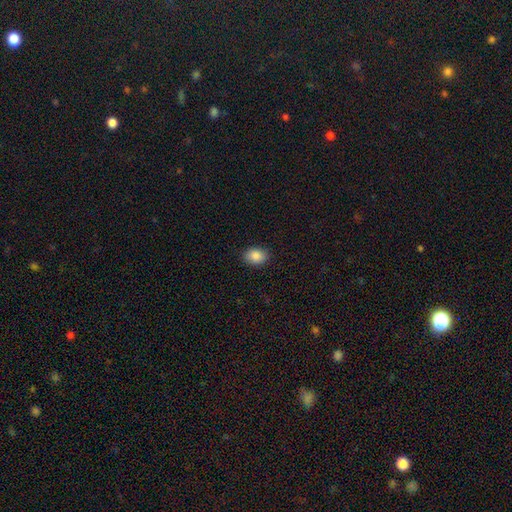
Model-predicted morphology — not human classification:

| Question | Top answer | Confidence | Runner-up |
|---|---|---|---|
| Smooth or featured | smooth | 87% | star or artifact (8%) |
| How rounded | in between | 65% | round (34%) |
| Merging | none | 88% | minor disturbance (9%) |